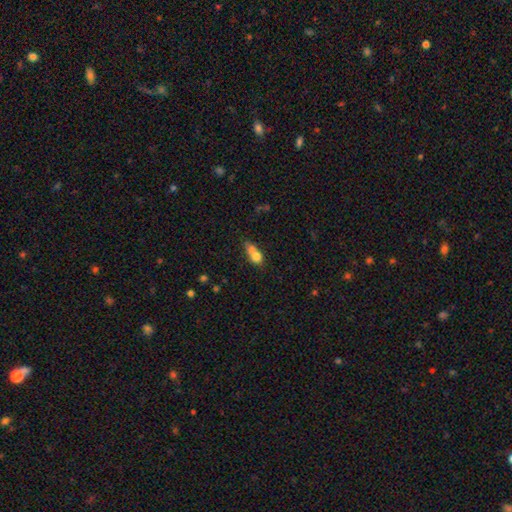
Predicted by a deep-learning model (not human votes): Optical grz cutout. It shows a smooth galaxy with no disk features (72%) that is in between round and cigar-shaped (56%). Merging: merger (51%).